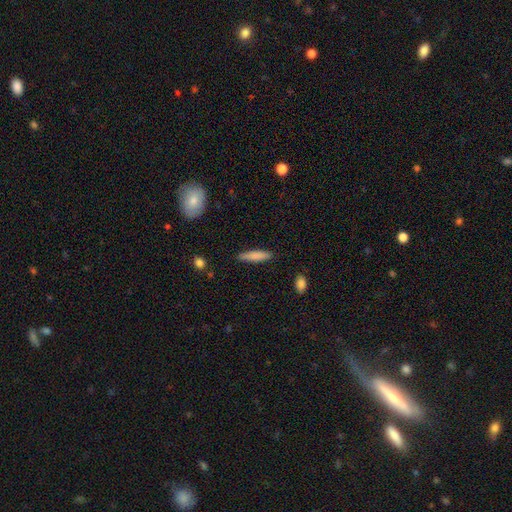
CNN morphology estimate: This is clearly a smooth galaxy (81%). How rounded: clearly cigar-shaped (83%). Merging: clearly none (86%).